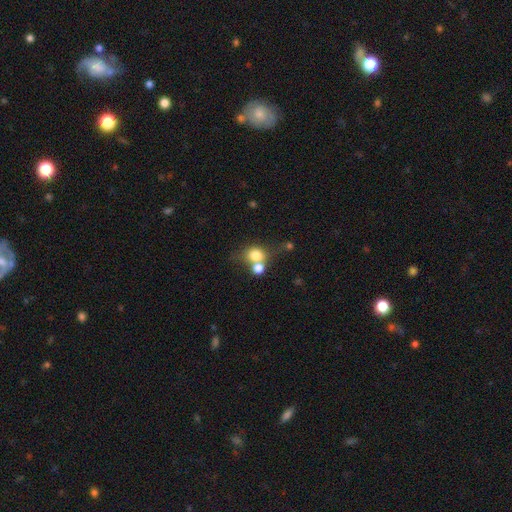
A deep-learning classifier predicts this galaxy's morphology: Smooth or featured: smooth — 75% (featured or disk — 13%)
How rounded: round — 70% (in between — 28%)
Merging: none — 42% (merger — 41%)